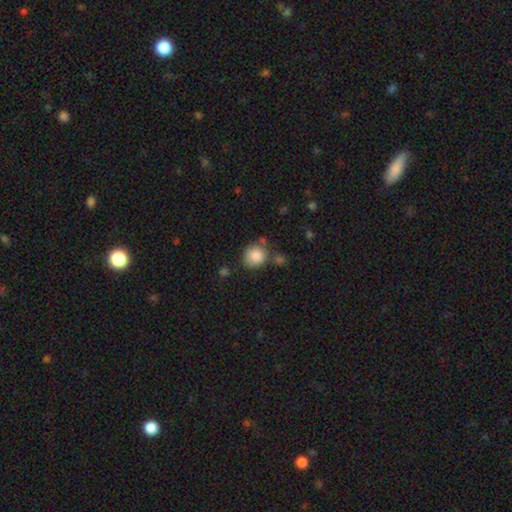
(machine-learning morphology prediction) smooth 86%, star or artifact 8%, featured or disk 6%. Down the decision tree: how rounded — round (80%); merging — none (68%).